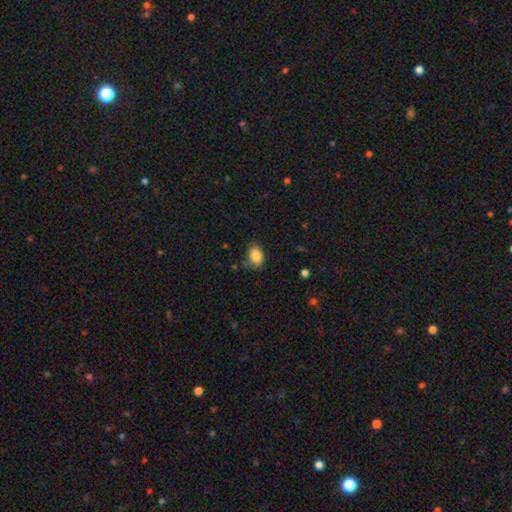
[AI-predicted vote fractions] A smooth galaxy with no disk features (85%) that is in between round and cigar-shaped (82%). Merging: none (71%).